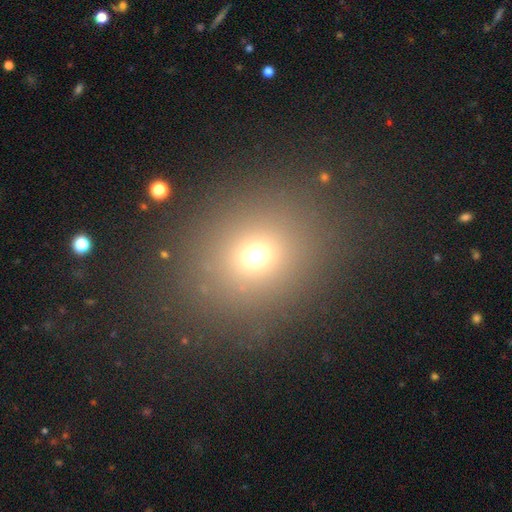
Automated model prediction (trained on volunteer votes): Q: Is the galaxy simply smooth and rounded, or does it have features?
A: smooth — 68%.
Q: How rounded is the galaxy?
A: round — 75%.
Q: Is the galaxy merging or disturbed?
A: none — 83%.